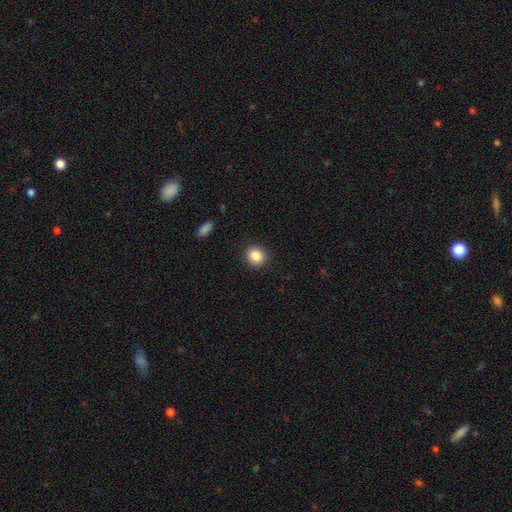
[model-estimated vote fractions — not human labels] The model was most divided on "how rounded": round: 80%, in between: 19%, cigar-shaped: 1%. More confident: merging — none (90%); smooth or featured — smooth (86%).